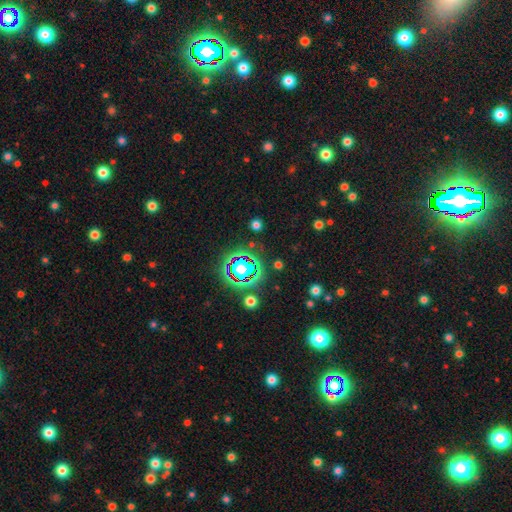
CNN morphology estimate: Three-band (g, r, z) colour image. It shows a star or artifact, not a galaxy (81%).